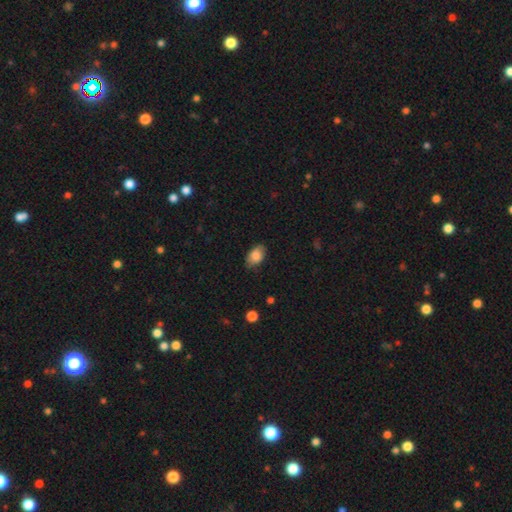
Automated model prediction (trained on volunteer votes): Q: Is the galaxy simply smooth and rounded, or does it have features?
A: smooth — 84%.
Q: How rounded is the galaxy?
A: in between — 90%.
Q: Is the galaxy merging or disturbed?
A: none — 80%.